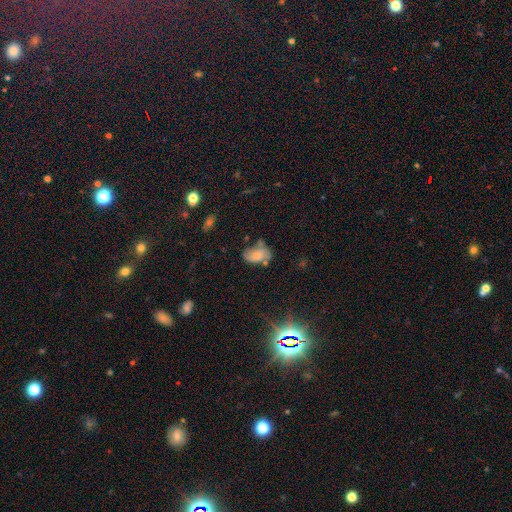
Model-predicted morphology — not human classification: Smooth or featured: smooth — 57% (featured or disk — 31%)
How rounded: in between — 89% (round — 9%)
Merging: none — 46% (minor disturbance — 30%)